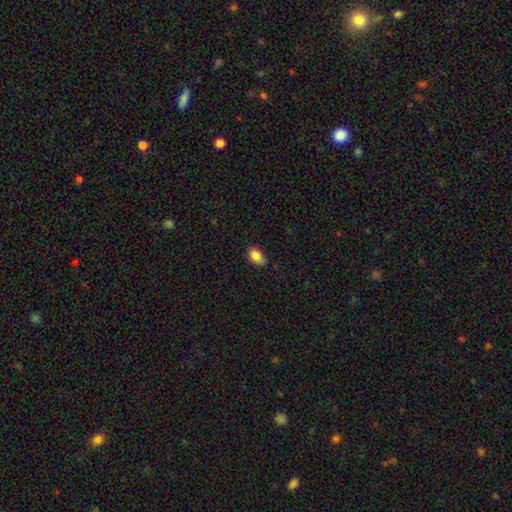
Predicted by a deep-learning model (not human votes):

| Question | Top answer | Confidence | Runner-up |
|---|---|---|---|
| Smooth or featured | smooth | 85% | star or artifact (8%) |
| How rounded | in between | 86% | round (13%) |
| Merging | none | 78% | minor disturbance (18%) |